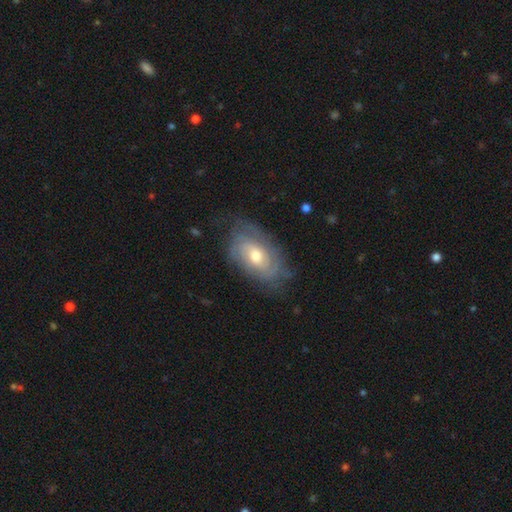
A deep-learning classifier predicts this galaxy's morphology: Smooth or featured? Predicted: featured or disk (p=0.70). Edge-on disk? Predicted: no (p=0.93). Bar? Predicted: no (p=0.67). Spiral arms? Predicted: yes (p=0.84). Spiral winding? Predicted: tight (p=0.62). Spiral arm count? Predicted: can't tell (p=0.49). Bulge size? Predicted: moderate (p=0.67). Merging? Predicted: none (p=0.68).